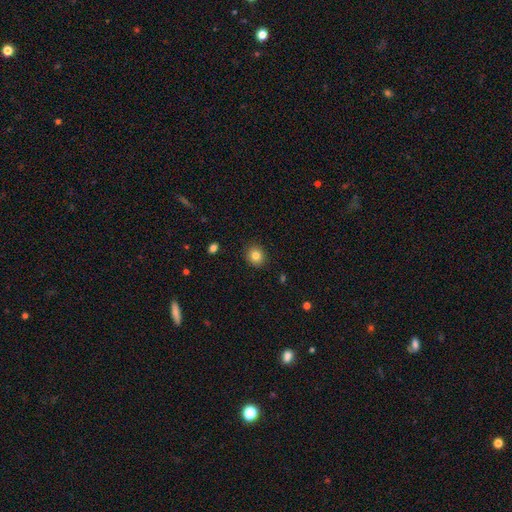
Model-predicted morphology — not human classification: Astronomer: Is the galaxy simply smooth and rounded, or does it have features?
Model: smooth — 82%.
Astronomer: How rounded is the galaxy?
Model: round — 83%.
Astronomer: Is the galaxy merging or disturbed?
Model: none — 90%.